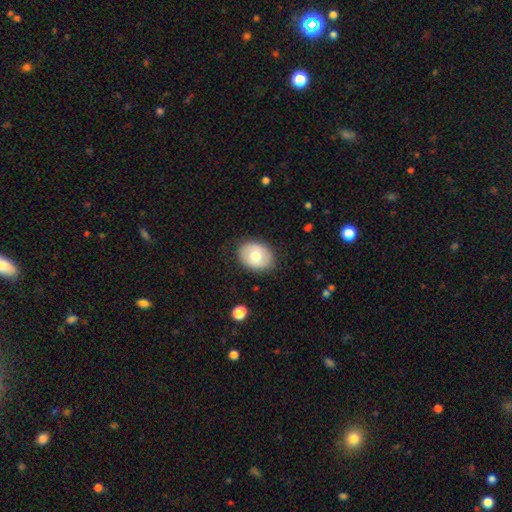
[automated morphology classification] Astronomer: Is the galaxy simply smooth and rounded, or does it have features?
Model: smooth — 72%.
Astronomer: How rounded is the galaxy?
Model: in between — 69%.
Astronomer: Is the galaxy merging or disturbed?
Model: none — 85%.